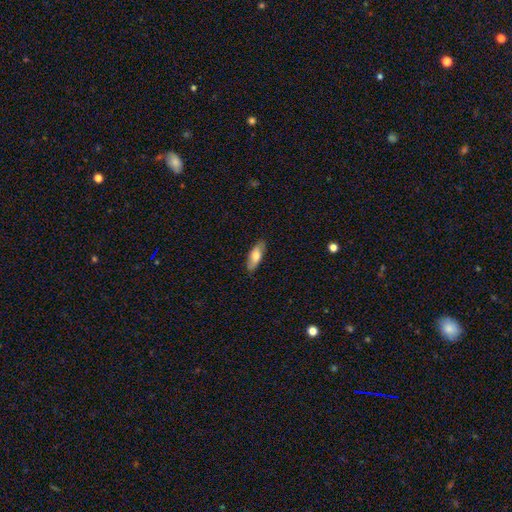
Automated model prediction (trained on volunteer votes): smooth_or_featured: smooth (p=0.72) [alt: featured or disk p=0.22]
how_rounded: in between (p=0.72) [alt: cigar-shaped p=0.26]
merging: none (p=0.86) [alt: minor disturbance p=0.11]